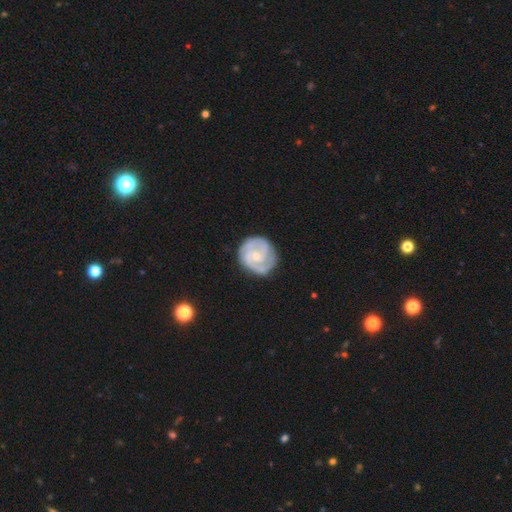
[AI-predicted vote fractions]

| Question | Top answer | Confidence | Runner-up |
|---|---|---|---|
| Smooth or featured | featured or disk | 87% | smooth (9%) |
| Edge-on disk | no | 98% | yes (2%) |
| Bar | no | 57% | weak (37%) |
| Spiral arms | yes | 97% | no (3%) |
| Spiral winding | tight | 61% | medium (34%) |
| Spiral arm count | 2 | 61% | 3 (21%) |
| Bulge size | small | 60% | moderate (33%) |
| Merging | none | 81% | minor disturbance (14%) |